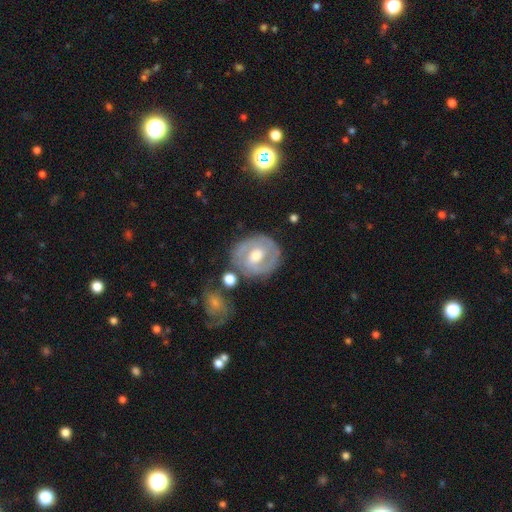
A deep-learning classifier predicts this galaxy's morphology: The model was most divided on "bar": weak: 44%, no: 39%, strong: 17%. More confident: edge-on disk — no (96%); merging — none (74%); bulge size — moderate (74%); spiral arms — yes (72%); smooth or featured — featured or disk (71%).